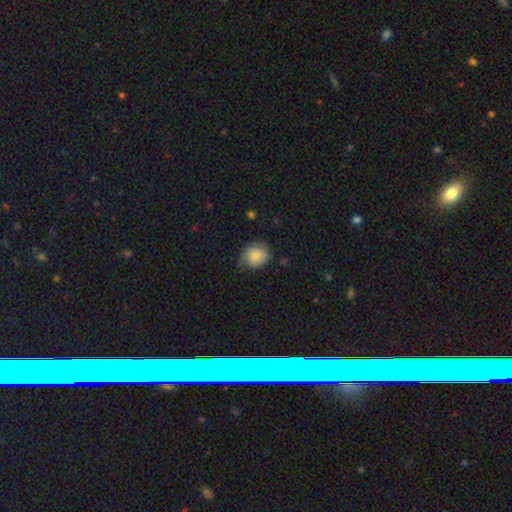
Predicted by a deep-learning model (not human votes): Morphology: type=smooth (80%); roundness=round (61%); merging=none (61%).